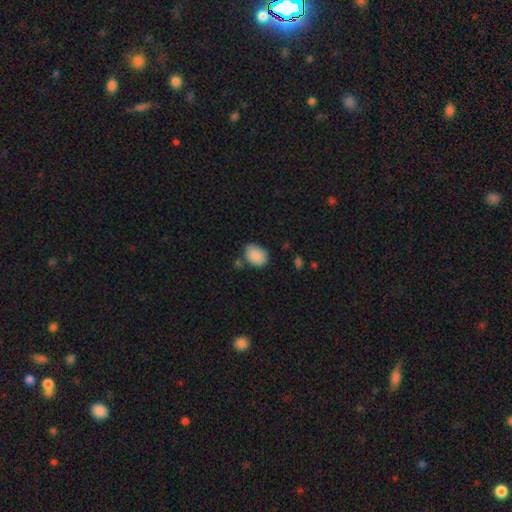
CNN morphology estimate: The model was most divided on "how rounded": in between: 67%, round: 32%, cigar-shaped: 1%. More confident: smooth or featured — smooth (88%); merging — none (65%).